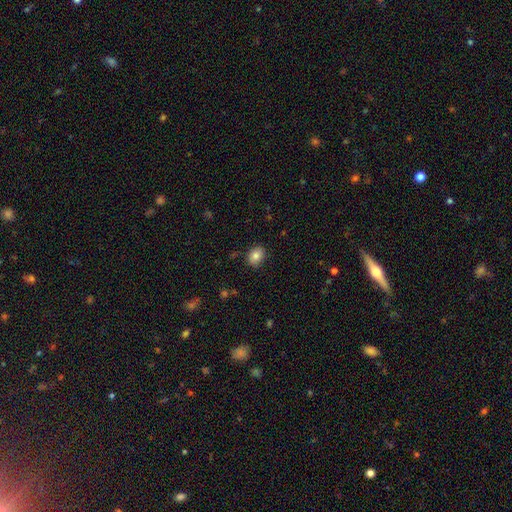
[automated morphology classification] Q: Smooth or featured?
A: smooth (83%); runner-up: star or artifact (9%)
Q: How rounded?
A: in between (57%); runner-up: round (42%)
Q: Merging?
A: none (87%); runner-up: minor disturbance (10%)